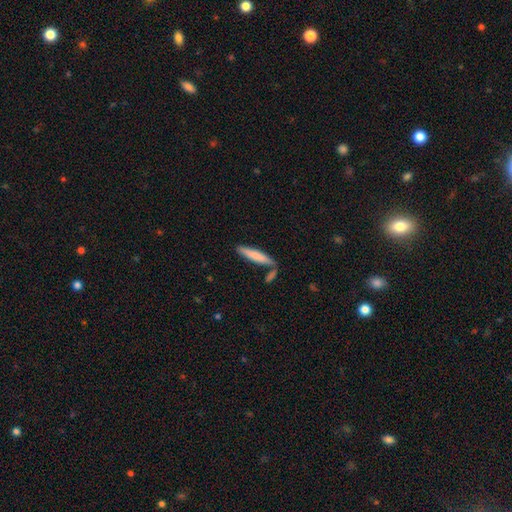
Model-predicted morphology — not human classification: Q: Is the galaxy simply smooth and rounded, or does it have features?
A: smooth — 75%.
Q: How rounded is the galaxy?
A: cigar-shaped — 86%.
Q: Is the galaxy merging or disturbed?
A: none — 70%.